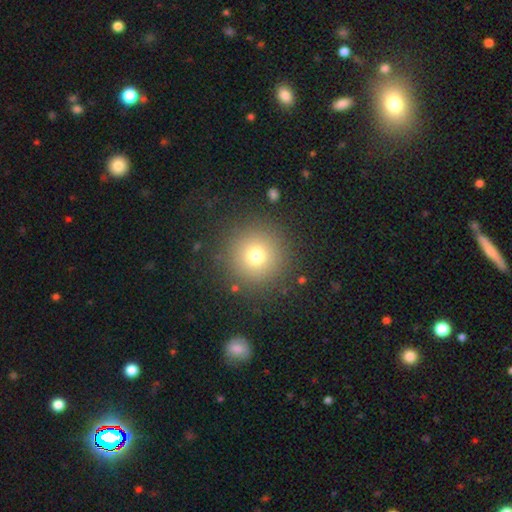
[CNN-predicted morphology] This appears to be a smooth galaxy with no disk features (74%) that is round (96%). Merging: none (88%).